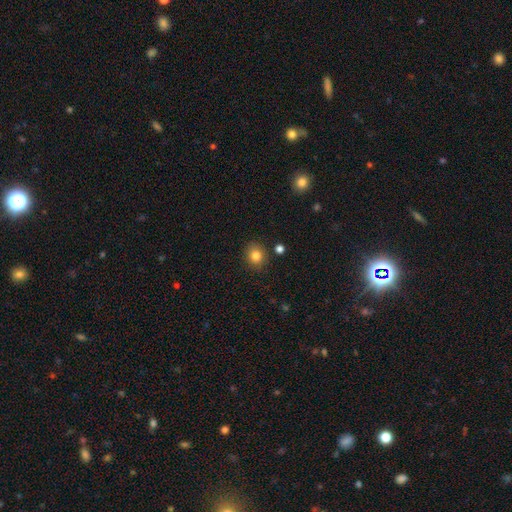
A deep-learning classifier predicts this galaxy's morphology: Smooth or featured: smooth — 83% (star or artifact — 11%)
How rounded: round — 73% (in between — 26%)
Merging: none — 85% (minor disturbance — 9%)